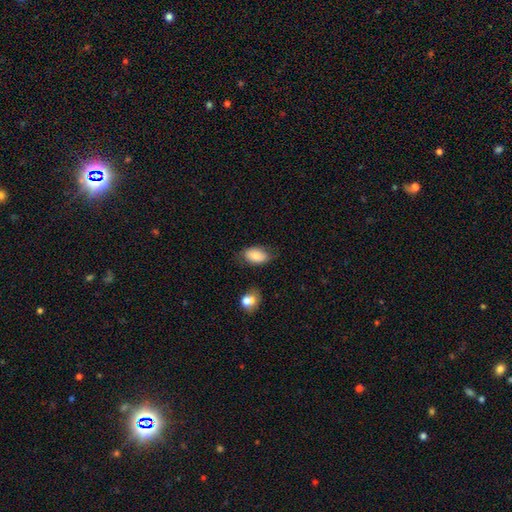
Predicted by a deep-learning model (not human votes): smooth 80%, featured or disk 13%, star or artifact 8%. Down the decision tree: how rounded — in between (92%); merging — none (67%).